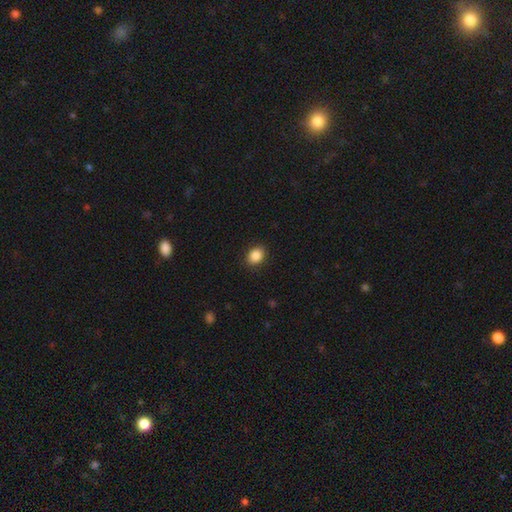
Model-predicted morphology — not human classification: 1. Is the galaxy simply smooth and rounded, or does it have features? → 88% smooth, 9% star or artifact, 3% featured or disk.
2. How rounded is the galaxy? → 53% in between, 46% round, 1% cigar-shaped.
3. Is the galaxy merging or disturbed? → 89% none, 8% minor disturbance, 2% major disturbance, 1% merger.